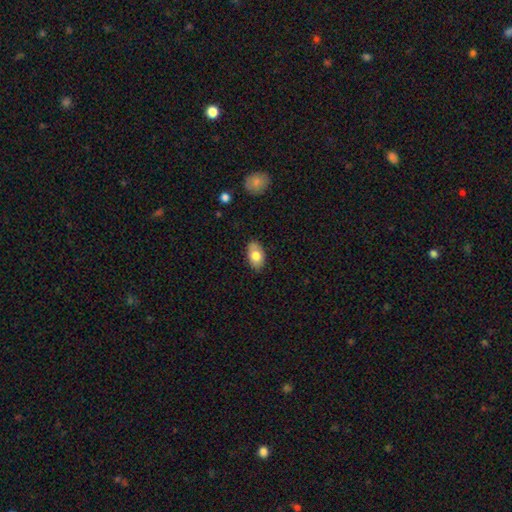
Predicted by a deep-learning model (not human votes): Smooth or featured? Predicted: smooth (p=0.77). How rounded? Predicted: in between (p=0.91). Merging? Predicted: none (p=0.83).